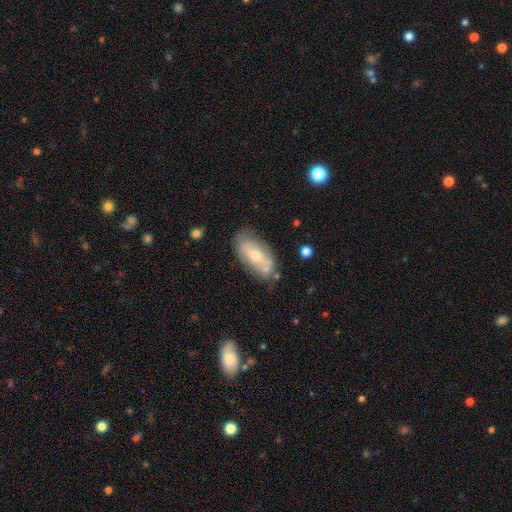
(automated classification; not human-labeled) smooth-or-featured: featured or disk: 51% | smooth: 41% | star or artifact: 8%
  disk-edge-on: no: 84% | yes: 16%
  merging: none: 66% | minor disturbance: 21% | merger: 8% | major disturbance: 6%